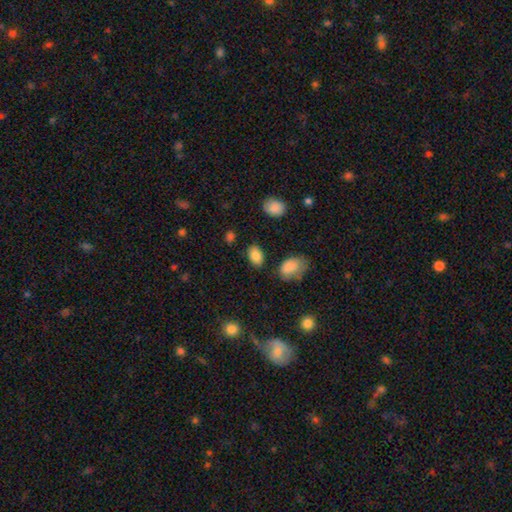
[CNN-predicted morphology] type=smooth (85%); roundness=in between (90%); merging=none (82%).